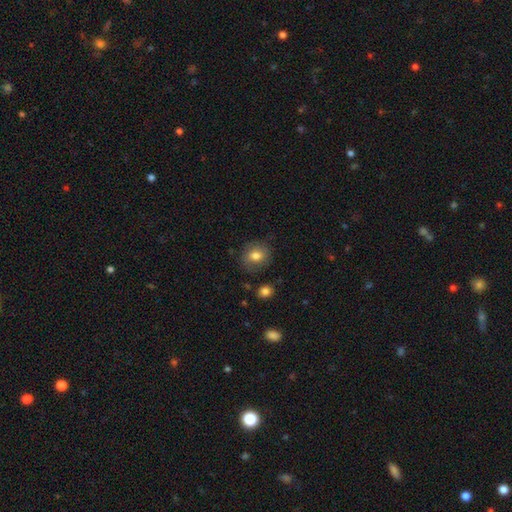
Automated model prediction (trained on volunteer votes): smooth 78%, featured or disk 13%, star or artifact 9%. Down the decision tree: how rounded — round (63%); merging — none (79%).